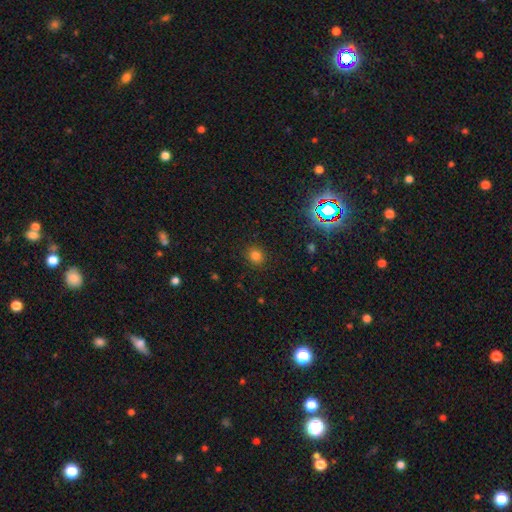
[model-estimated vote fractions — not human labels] Morphology: type=smooth (77%); roundness=round (81%); merging=none (89%).